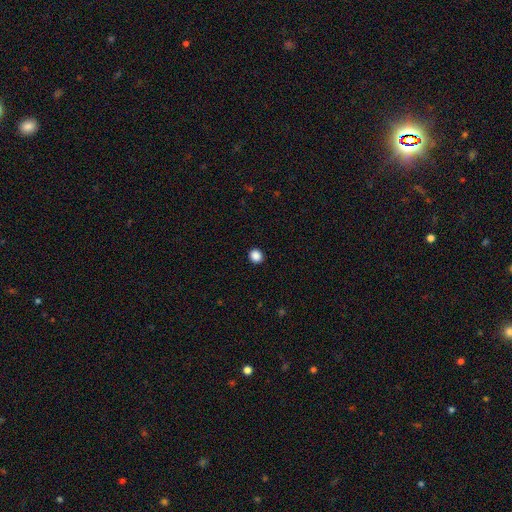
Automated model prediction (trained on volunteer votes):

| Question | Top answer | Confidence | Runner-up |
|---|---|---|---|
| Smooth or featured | smooth | 88% | star or artifact (10%) |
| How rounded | round | 83% | in between (16%) |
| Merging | none | 93% | minor disturbance (5%) |